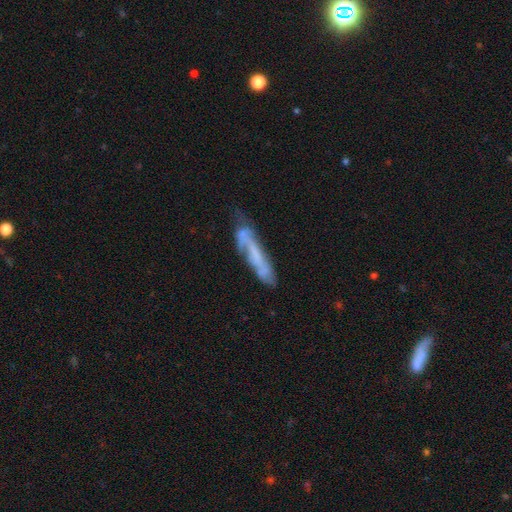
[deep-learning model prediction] A featured or disk galaxy (54%). Merging: none (50%).